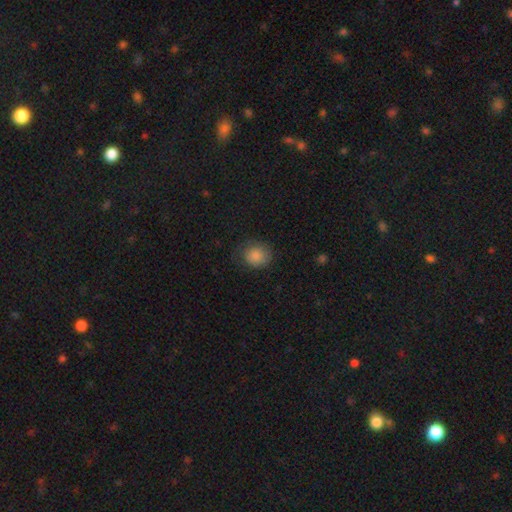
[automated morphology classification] This is clearly a smooth galaxy (87%). How rounded: likely round (79%). Merging: likely none (75%).